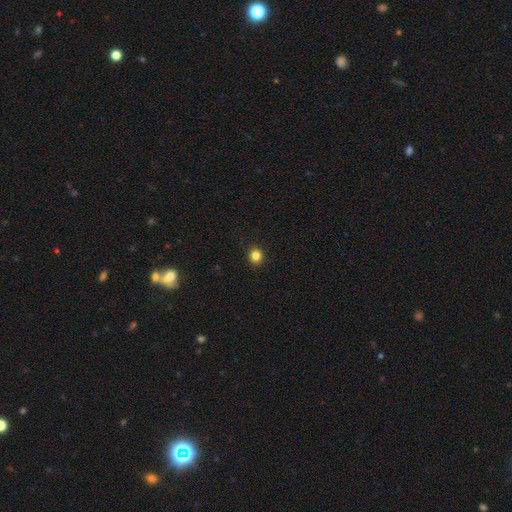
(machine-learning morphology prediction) smooth 84%, star or artifact 12%, featured or disk 4%. Down the decision tree: how rounded — round (84%); merging — none (92%).